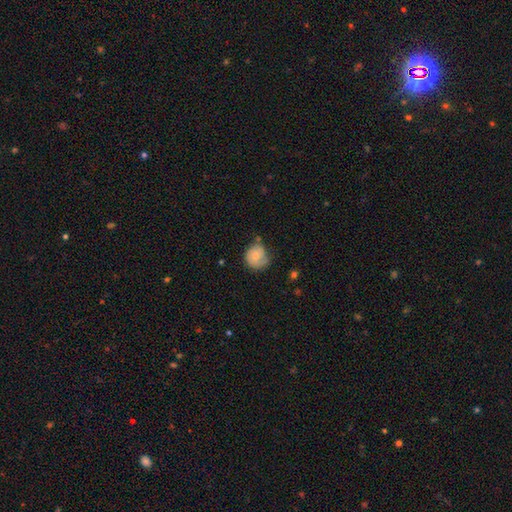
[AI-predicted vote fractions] smooth 58%, featured or disk 34%, star or artifact 7%. Down the decision tree: how rounded — round (81%); merging — none (53%).